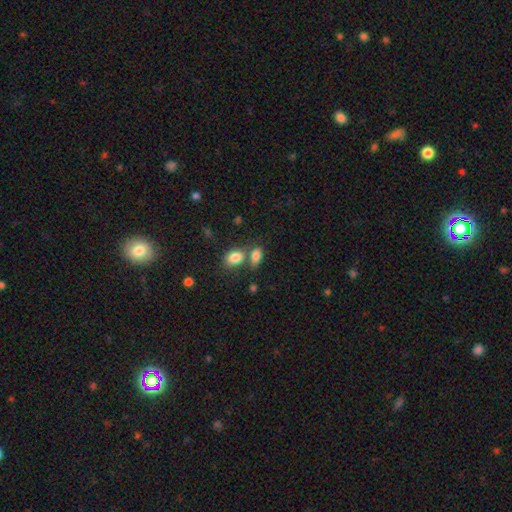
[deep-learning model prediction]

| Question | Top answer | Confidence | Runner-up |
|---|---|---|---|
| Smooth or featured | smooth | 82% | star or artifact (9%) |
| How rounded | in between | 86% | round (10%) |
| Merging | none | 45% | merger (39%) |